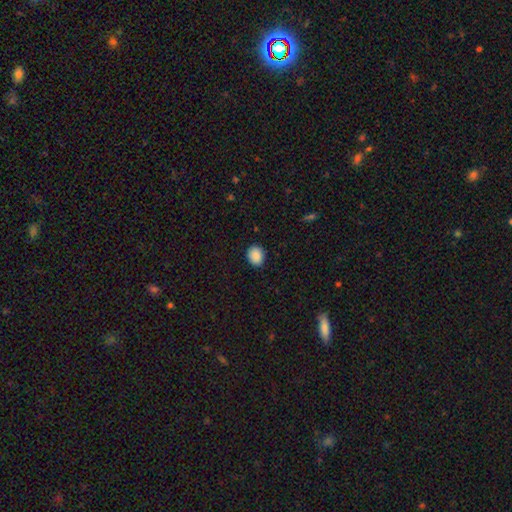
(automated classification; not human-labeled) This appears to be a smooth galaxy with no disk features (90%) that is round (54%). Merging: none (89%).